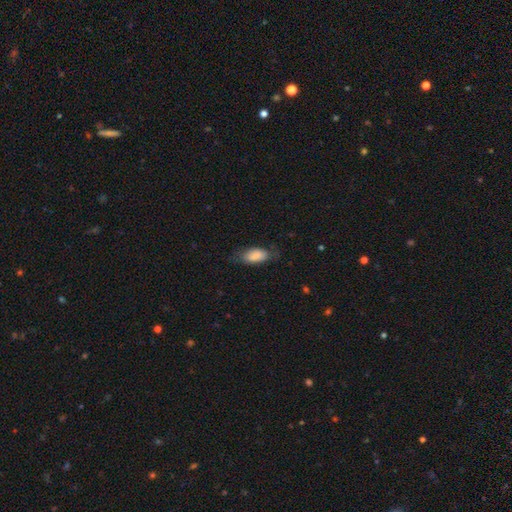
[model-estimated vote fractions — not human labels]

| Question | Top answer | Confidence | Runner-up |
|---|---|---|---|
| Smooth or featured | smooth | 82% | featured or disk (12%) |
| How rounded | in between | 87% | cigar-shaped (10%) |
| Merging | none | 65% | minor disturbance (24%) |